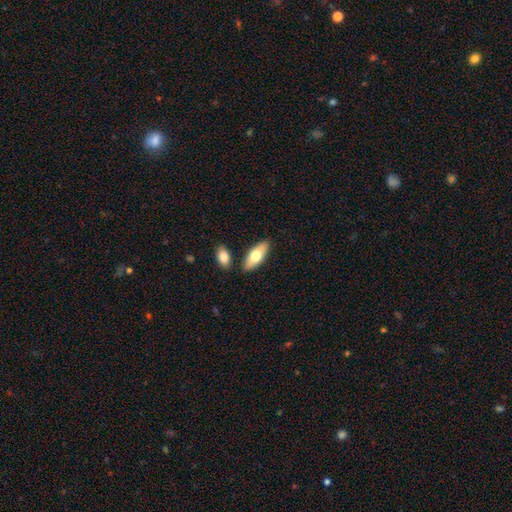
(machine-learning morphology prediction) A smooth galaxy with no disk features (68%) that is in between round and cigar-shaped (81%).

Vote fractions:
- Smooth or featured? smooth: 68% / featured or disk: 26% / star or artifact: 5%
- How rounded? in between: 81% / cigar-shaped: 16% / round: 3%
- Merging? none: 81% / minor disturbance: 9% / merger: 7% / major disturbance: 2%